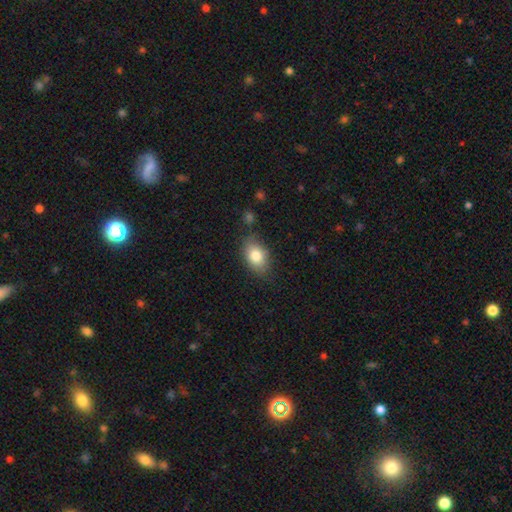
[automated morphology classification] smooth-or-featured: smooth: 81% | featured or disk: 11% | star or artifact: 8%
  how-rounded: in between: 83% | round: 16% | cigar-shaped: 1%
  merging: none: 77% | minor disturbance: 17% | major disturbance: 4% | merger: 3%